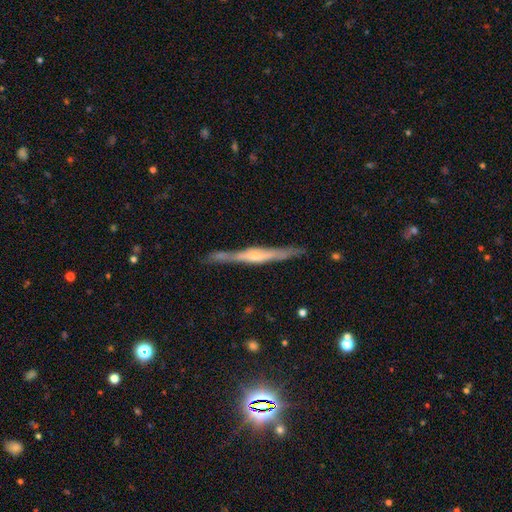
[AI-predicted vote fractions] A featured or disk galaxy (75%) viewed edge-on (97%) with a rounded central bulge (74%).

Vote fractions:
- Smooth or featured? featured or disk: 75% / smooth: 19% / star or artifact: 5%
- Edge-on disk? yes: 97% / no: 3%
- Edge-on bulge? rounded: 74% / boxy: 14% / none: 12%
- Merging? none: 83% / minor disturbance: 12% / major disturbance: 3% / merger: 2%